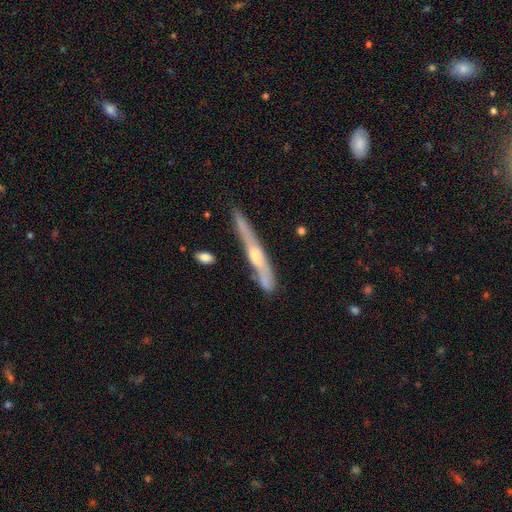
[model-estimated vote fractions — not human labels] A featured or disk galaxy (69%) viewed edge-on (94%) with a rounded central bulge (76%). Merging: none (78%).